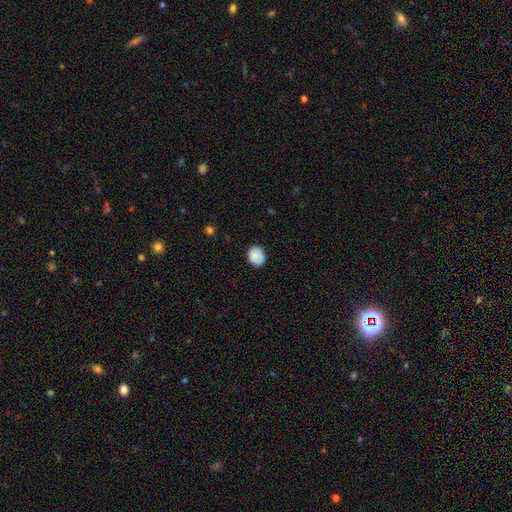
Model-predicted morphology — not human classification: Smooth or featured? smooth (83%)
How rounded? round (61%)
Merging? none (79%)